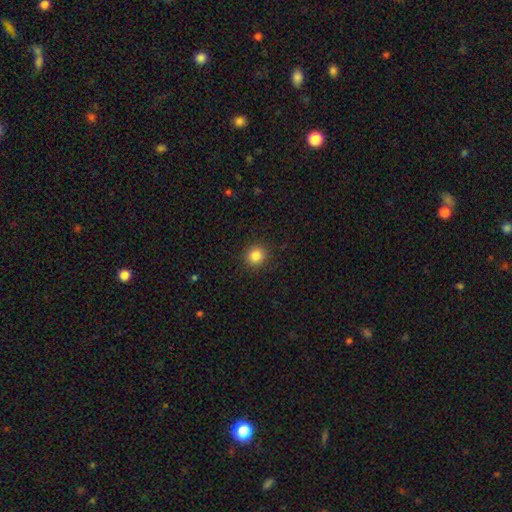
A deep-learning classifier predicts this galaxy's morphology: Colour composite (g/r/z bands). It shows a smooth galaxy with no disk features (84%) that is round (91%). Merging: none (91%).